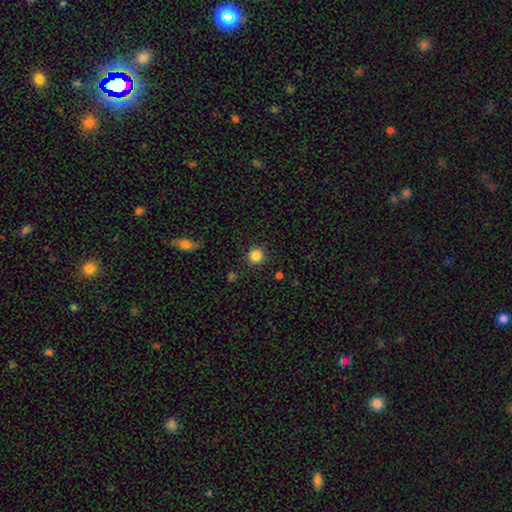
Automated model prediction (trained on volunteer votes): Smooth or featured?
  - smooth: 85% *
  - star or artifact: 11%
  - featured or disk: 4%
How rounded?
  - round: 95% *
  - in between: 4%
  - cigar-shaped: 1%
Merging?
  - none: 90% *
  - minor disturbance: 6%
  - major disturbance: 3%
  - merger: 2%